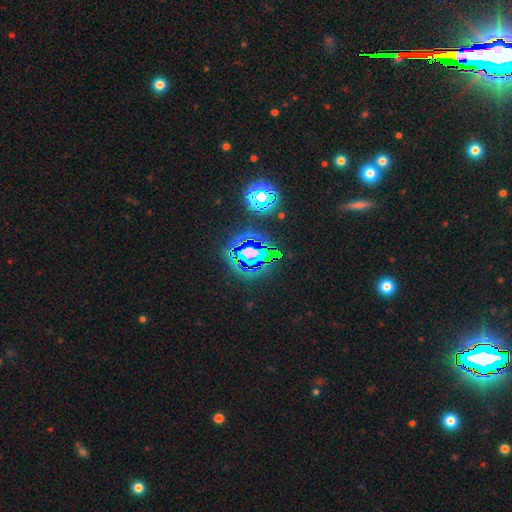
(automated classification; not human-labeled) A star or artifact, not a galaxy (70%).